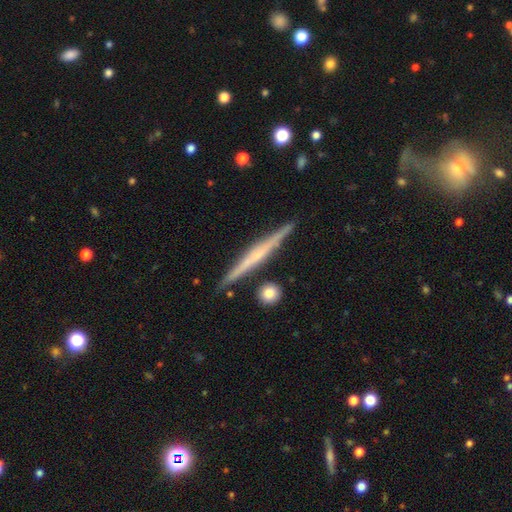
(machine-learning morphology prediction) Smooth or featured? Predicted: featured or disk (p=0.68). Edge-on disk? Predicted: yes (p=0.98). Edge-on bulge? Predicted: none (p=0.54). Merging? Predicted: none (p=0.88).